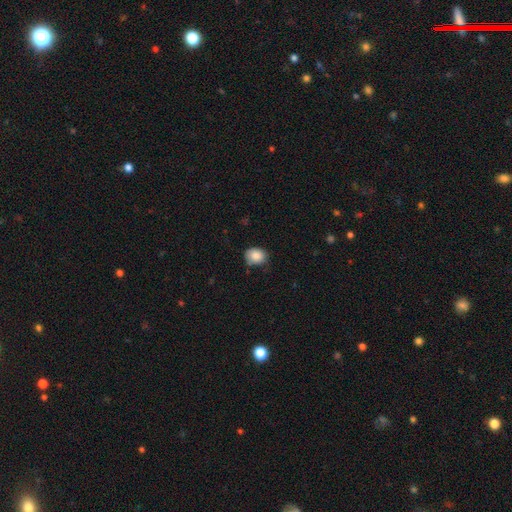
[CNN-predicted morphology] Q: Smooth or featured?
A: smooth (86%); runner-up: star or artifact (8%)
Q: How rounded?
A: round (55%); runner-up: in between (45%)
Q: Merging?
A: none (71%); runner-up: minor disturbance (23%)